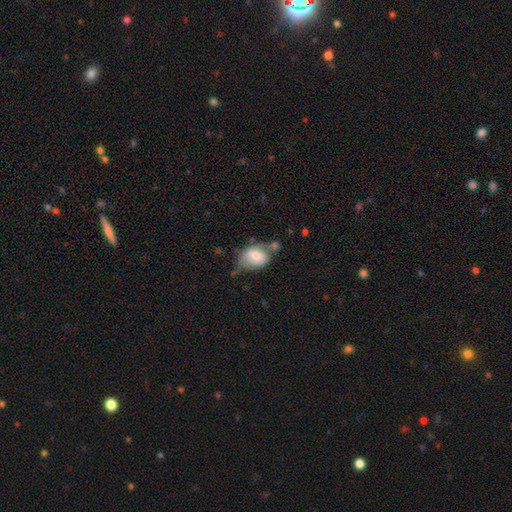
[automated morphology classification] smooth-or-featured: smooth: 72% | featured or disk: 20% | star or artifact: 8%
  how-rounded: in between: 74% | round: 24% | cigar-shaped: 1%
  merging: minor disturbance: 34% | none: 32% | major disturbance: 19% | merger: 16%